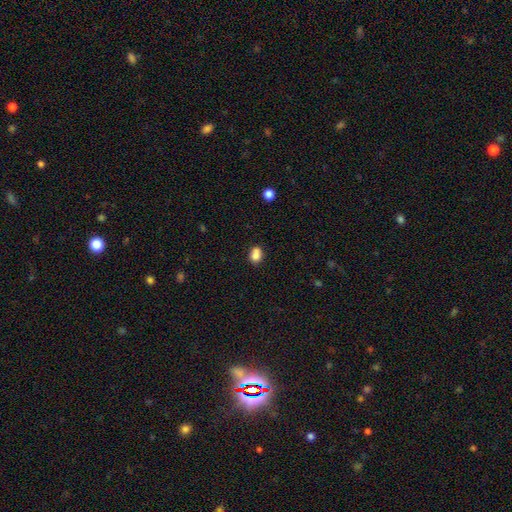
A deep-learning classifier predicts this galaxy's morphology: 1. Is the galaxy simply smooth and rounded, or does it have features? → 81% smooth, 10% star or artifact, 8% featured or disk.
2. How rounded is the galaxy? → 56% in between, 43% round, 1% cigar-shaped.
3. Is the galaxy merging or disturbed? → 57% none, 20% merger, 18% minor disturbance, 5% major disturbance.